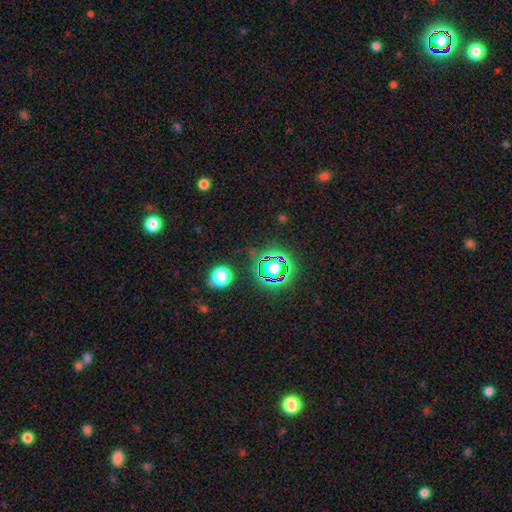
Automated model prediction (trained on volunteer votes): A star or artifact, not a galaxy (77%).